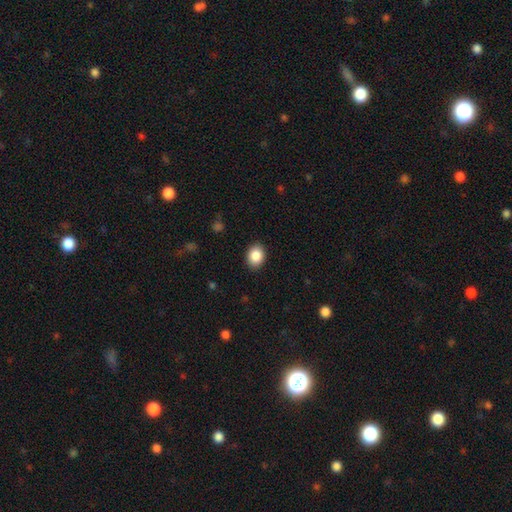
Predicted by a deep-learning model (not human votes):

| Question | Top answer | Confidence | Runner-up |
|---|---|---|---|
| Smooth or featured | smooth | 88% | star or artifact (8%) |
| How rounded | in between | 57% | round (42%) |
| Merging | none | 90% | minor disturbance (7%) |